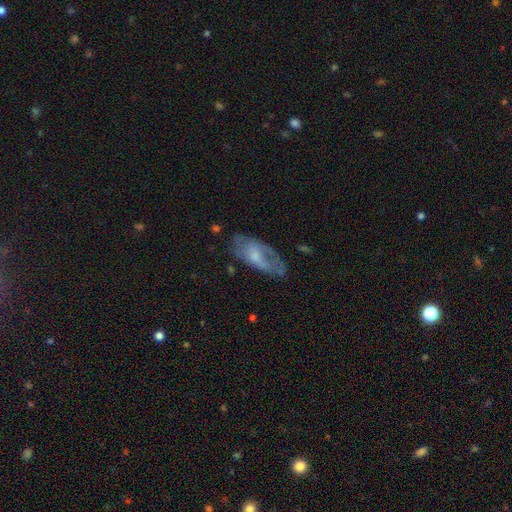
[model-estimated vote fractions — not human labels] Q: Smooth or featured?
A: featured or disk (47%); runner-up: smooth (46%)
Q: Merging?
A: none (50%); runner-up: minor disturbance (29%)